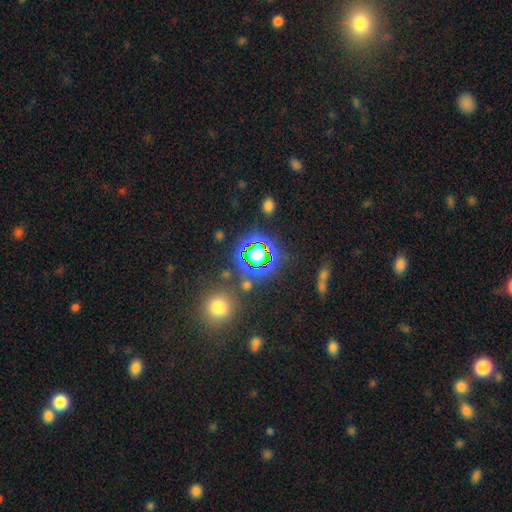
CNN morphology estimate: This is likely a star or artifact rather than a galaxy (73%).